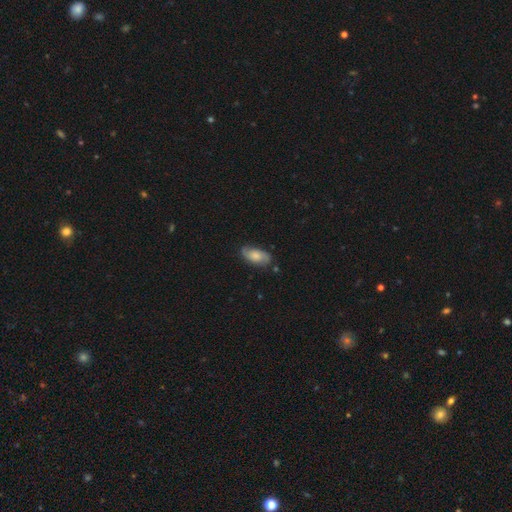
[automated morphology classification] The model was most divided on "smooth or featured": smooth: 47%, featured or disk: 45%, star or artifact: 7%. More confident: merging — none (76%).